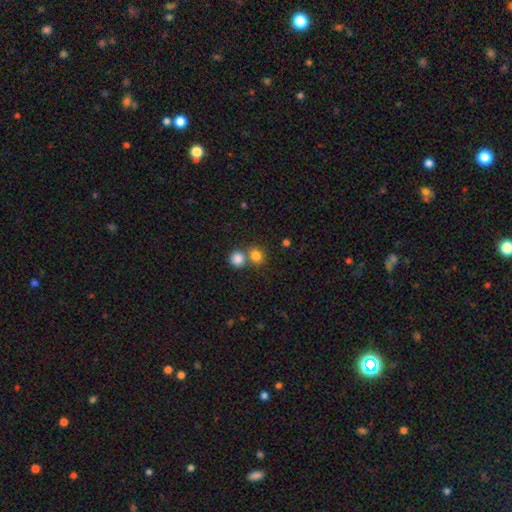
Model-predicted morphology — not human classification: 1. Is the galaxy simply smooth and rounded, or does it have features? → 82% smooth, 12% star or artifact, 7% featured or disk.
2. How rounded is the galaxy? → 78% round, 21% in between, 1% cigar-shaped.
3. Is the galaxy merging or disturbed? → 54% none, 36% merger, 7% minor disturbance, 3% major disturbance.